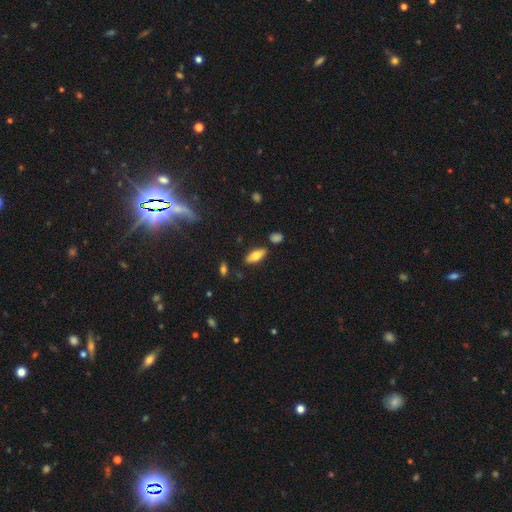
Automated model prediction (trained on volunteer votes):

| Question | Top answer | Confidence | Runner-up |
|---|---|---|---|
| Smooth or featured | smooth | 70% | featured or disk (23%) |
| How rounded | in between | 78% | cigar-shaped (19%) |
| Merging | none | 83% | minor disturbance (11%) |